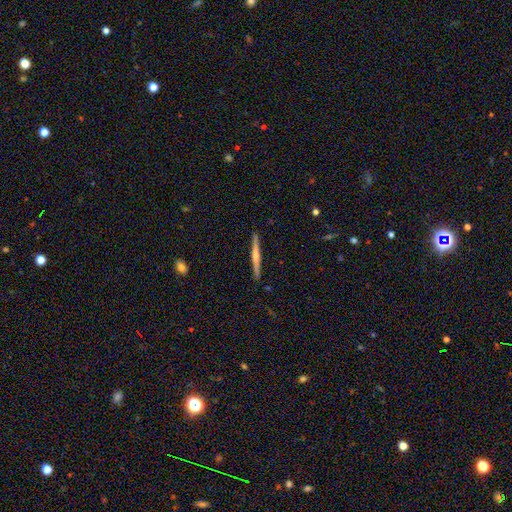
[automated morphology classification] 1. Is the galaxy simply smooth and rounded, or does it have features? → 53% featured or disk, 42% smooth, 5% star or artifact.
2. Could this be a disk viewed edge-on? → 98% yes, 2% no.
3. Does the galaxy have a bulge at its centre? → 51% rounded, 37% none, 11% boxy.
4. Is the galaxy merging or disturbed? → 91% none, 7% minor disturbance, 1% major disturbance, 1% merger.